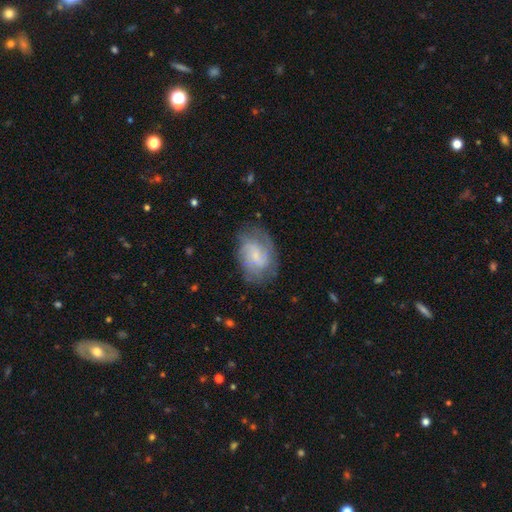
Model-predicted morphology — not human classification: Smooth or featured? Predicted: featured or disk (p=0.62). Edge-on disk? Predicted: no (p=0.97). Bar? Predicted: weak (p=0.46, tied with no). Spiral arms? Predicted: yes (p=0.85). Spiral winding? Predicted: medium (p=0.43). Spiral arm count? Predicted: 2 (p=0.39). Bulge size? Predicted: small (p=0.63). Merging? Predicted: none (p=0.66).